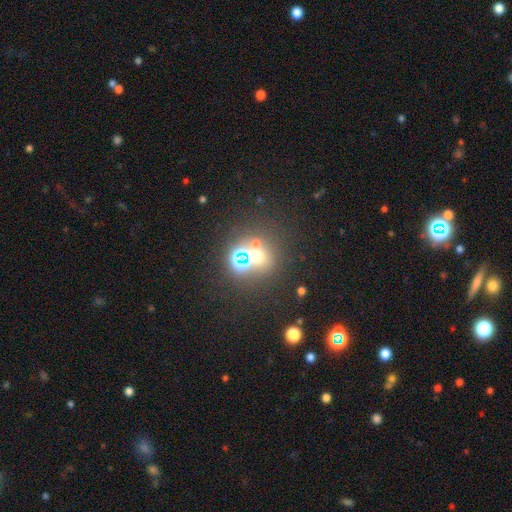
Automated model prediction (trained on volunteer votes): This appears to be a smooth galaxy with no disk features (44%). Merging: none (62%).